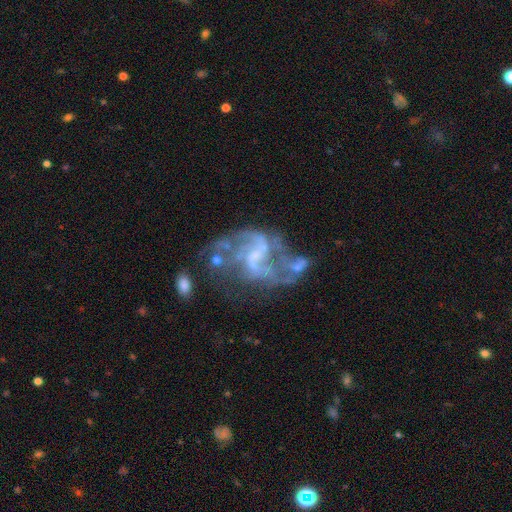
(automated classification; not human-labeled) This is clearly a featured or disk galaxy (84%). It is clearly not viewed edge-on (98%). Bar: possibly weak (45%). Spiral arm pattern: clearly yes (84%). Spiral arm count: possibly 2 (60%). Spiral winding: possibly loose (52%). Central bulge: marginally none (45%). Merging: marginally major disturbance (32%, tied with none).